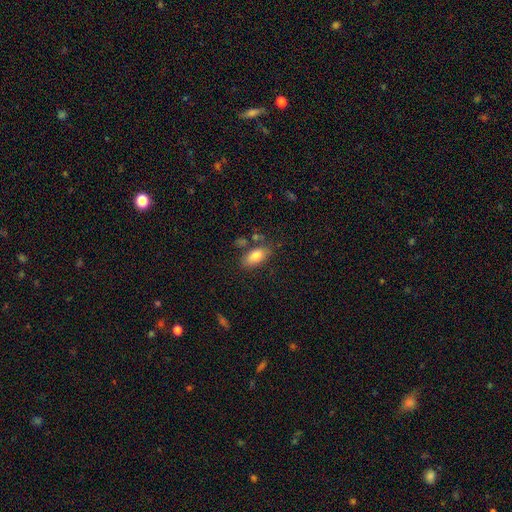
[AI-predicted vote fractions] smooth_or_featured: smooth (p=0.81) [alt: featured or disk p=0.12]
how_rounded: in between (p=0.89) [alt: cigar-shaped p=0.07]
merging: none (p=0.73) [alt: minor disturbance p=0.15]